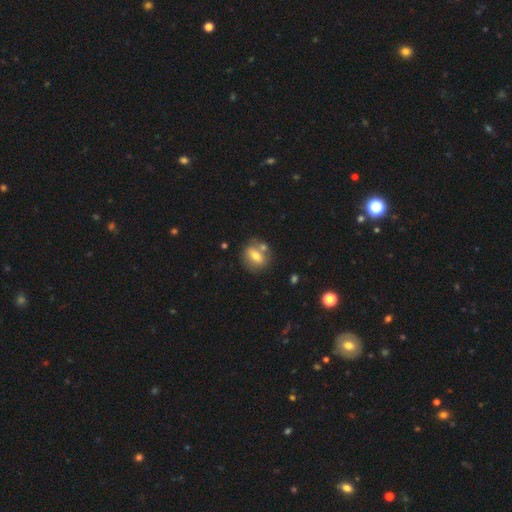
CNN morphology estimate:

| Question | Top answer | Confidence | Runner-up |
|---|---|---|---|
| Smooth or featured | smooth | 60% | featured or disk (31%) |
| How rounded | round | 51% | in between (43%) |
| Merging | none | 66% | merger (17%) |